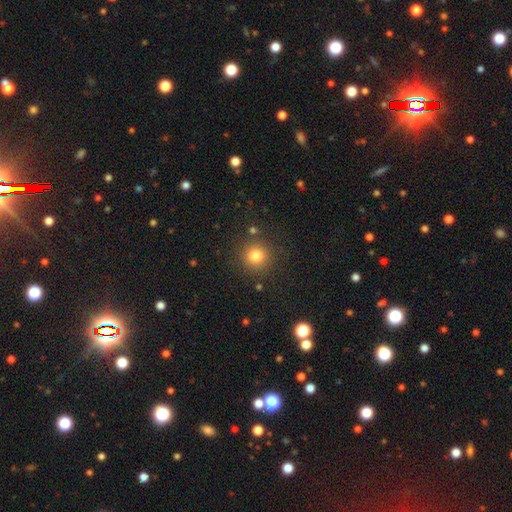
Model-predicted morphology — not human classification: This is clearly a smooth galaxy (81%). How rounded: clearly round (93%). Merging: clearly none (86%).